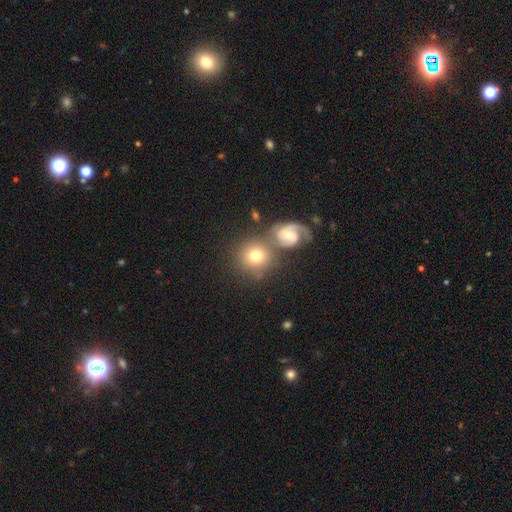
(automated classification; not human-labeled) Smooth or featured: smooth — 60% (featured or disk — 30%)
How rounded: round — 84% (in between — 15%)
Merging: none — 52% (merger — 31%)